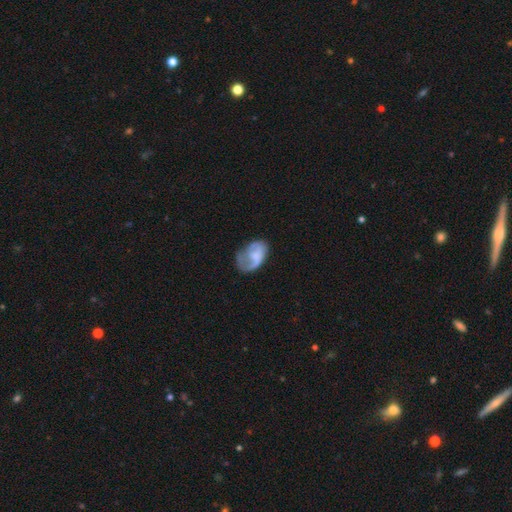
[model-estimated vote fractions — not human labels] Smooth or featured? smooth (48%)
Merging? none (36%)